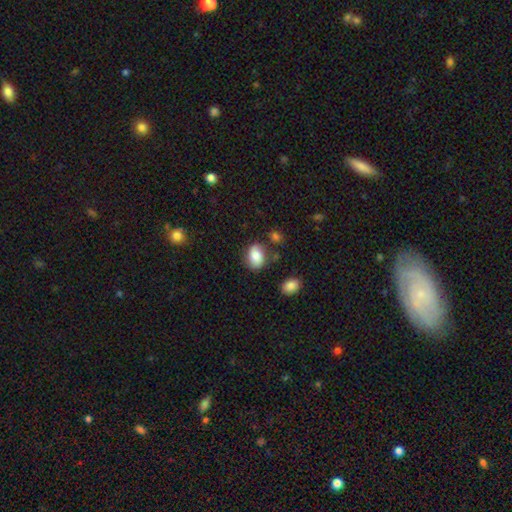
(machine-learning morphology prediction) type=smooth (81%); roundness=in between (76%); merging=none (71%).